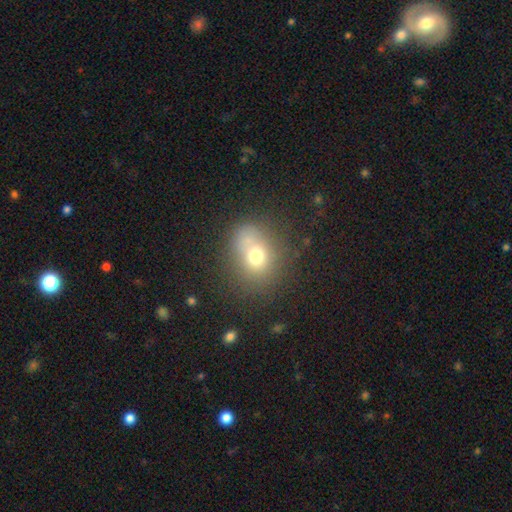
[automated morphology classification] Overall: smooth (69%). How rounded: round (62%; in between 37%). Merging: none (65%).